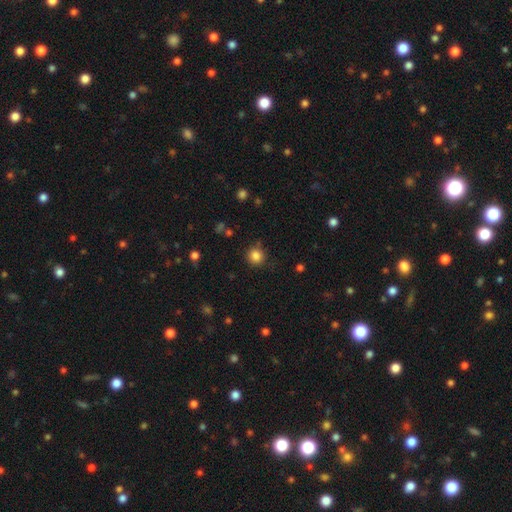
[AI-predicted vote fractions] smooth 84%, star or artifact 12%, featured or disk 5%. Down the decision tree: how rounded — round (93%); merging — none (84%).